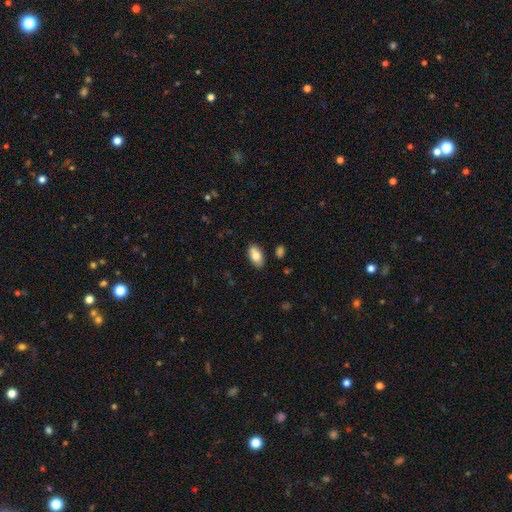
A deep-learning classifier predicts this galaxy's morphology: Smooth or featured?
  - smooth: 78% *
  - featured or disk: 15%
  - star or artifact: 7%
How rounded?
  - in between: 93% *
  - round: 5%
  - cigar-shaped: 2%
Merging?
  - none: 79% *
  - minor disturbance: 13%
  - merger: 5%
  - major disturbance: 3%